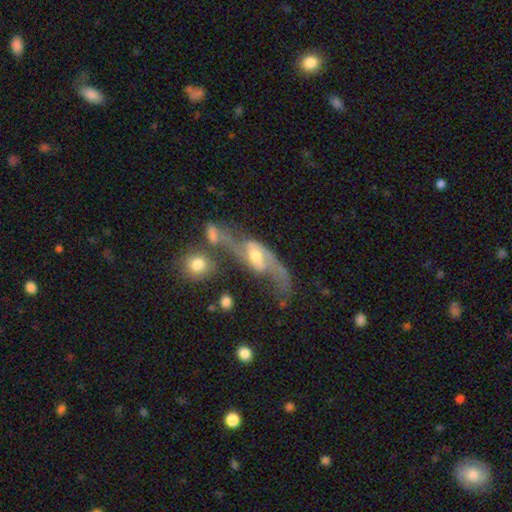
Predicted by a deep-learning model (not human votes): Smooth or featured?
  - featured or disk: 82% *
  - smooth: 11%
  - star or artifact: 6%
Edge-on disk?
  - no: 89% *
  - yes: 11%
Bar?
  - weak: 44% *
  - strong: 32%
  - no: 24%
Spiral arms?
  - yes: 90% *
  - no: 10%
Spiral winding?
  - loose: 69% *
  - medium: 24%
  - tight: 7%
Spiral arm count?
  - 2: 87% *
  - 1: 5%
  - can't tell: 4%
  - 3: 1%
  - 4: 1%
  - more than 4: 1%
Bulge size?
  - moderate: 62% *
  - small: 27%
  - large: 7%
  - none: 2%
  - dominant: 1%
Merging?
  - none: 36% *
  - merger: 25%
  - major disturbance: 22%
  - minor disturbance: 17%